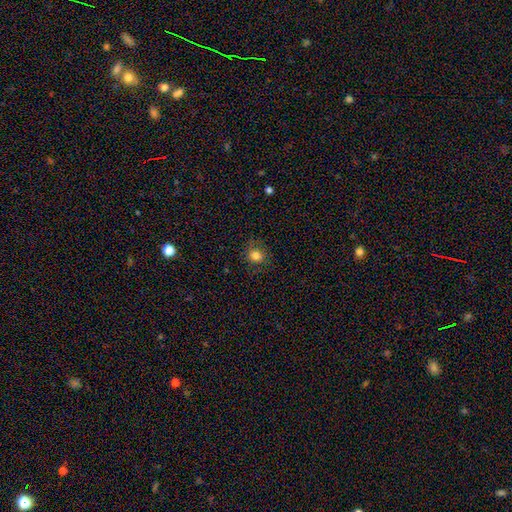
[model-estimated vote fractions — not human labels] Smooth or featured? Predicted: smooth (p=0.81). How rounded? Predicted: round (p=0.75). Merging? Predicted: none (p=0.81).